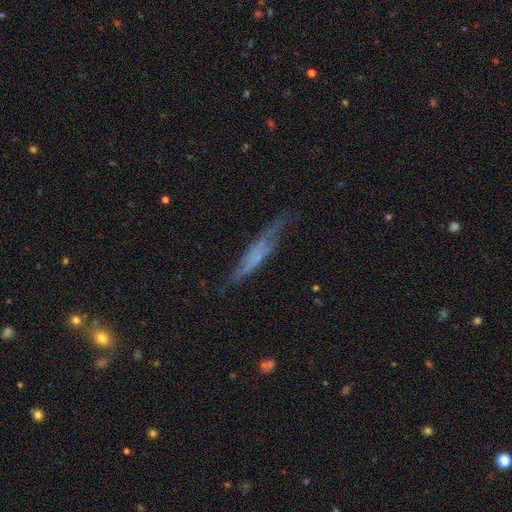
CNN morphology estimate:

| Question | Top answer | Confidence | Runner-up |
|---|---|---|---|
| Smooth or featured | featured or disk | 56% | smooth (35%) |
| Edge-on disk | yes | 72% | no (28%) |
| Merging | none | 59% | minor disturbance (27%) |